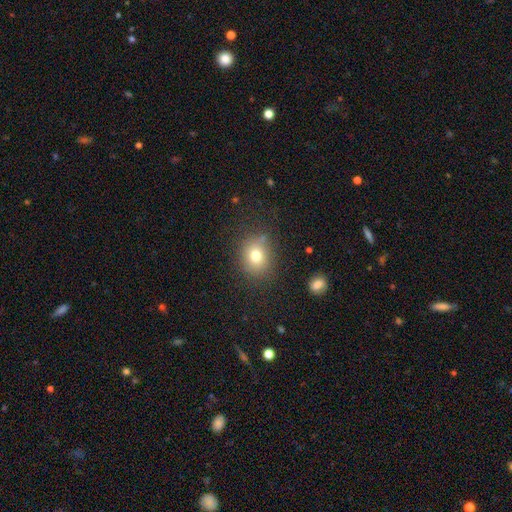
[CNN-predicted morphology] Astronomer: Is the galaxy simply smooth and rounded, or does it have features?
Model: smooth — 75%.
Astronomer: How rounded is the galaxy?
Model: round — 64%.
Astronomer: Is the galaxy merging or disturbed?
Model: none — 78%.